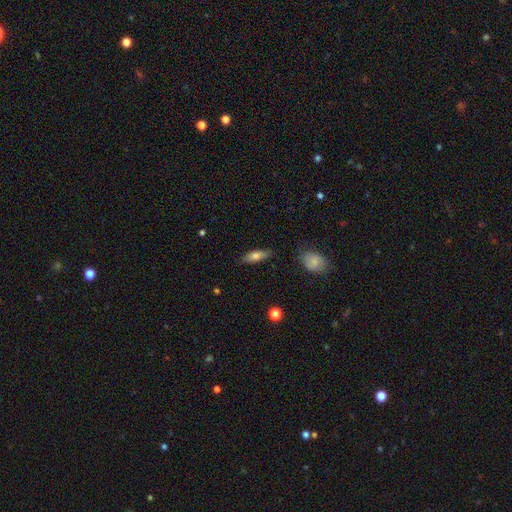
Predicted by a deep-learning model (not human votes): Q: Smooth or featured?
A: smooth (66%); runner-up: featured or disk (27%)
Q: How rounded?
A: in between (53%); runner-up: cigar-shaped (44%)
Q: Merging?
A: none (83%); runner-up: minor disturbance (13%)